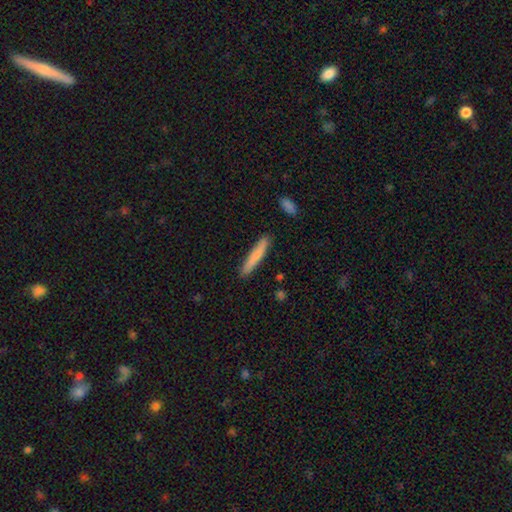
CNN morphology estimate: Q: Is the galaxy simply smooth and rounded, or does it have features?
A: smooth — 76%.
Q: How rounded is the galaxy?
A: cigar-shaped — 94%.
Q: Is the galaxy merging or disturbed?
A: none — 86%.